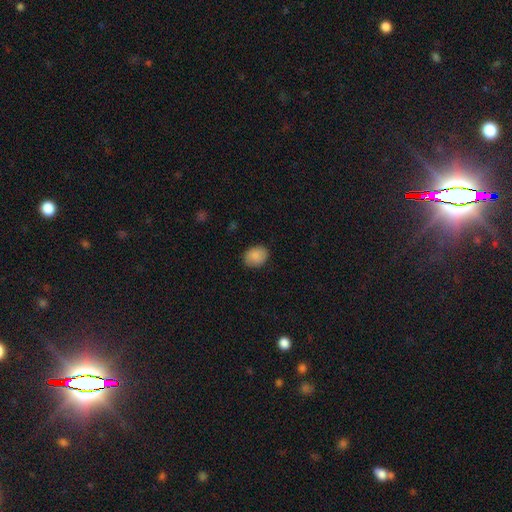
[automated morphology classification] smooth 88%, star or artifact 8%, featured or disk 5%. Down the decision tree: how rounded — in between (50%); merging — none (85%).